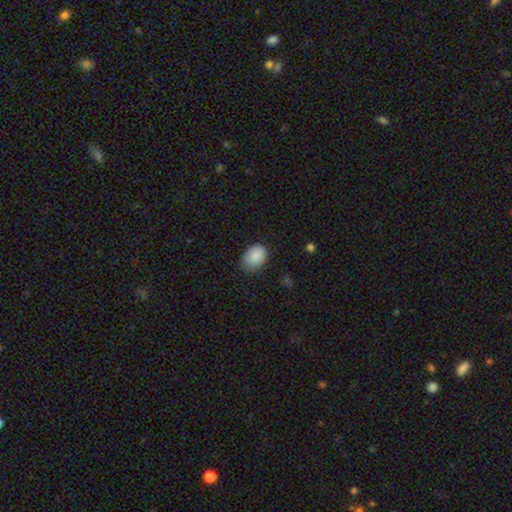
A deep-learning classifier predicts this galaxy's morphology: smooth-or-featured: smooth: 87% | star or artifact: 7% | featured or disk: 6%
  how-rounded: in between: 77% | round: 22% | cigar-shaped: 1%
  merging: none: 70% | minor disturbance: 25% | major disturbance: 4% | merger: 1%